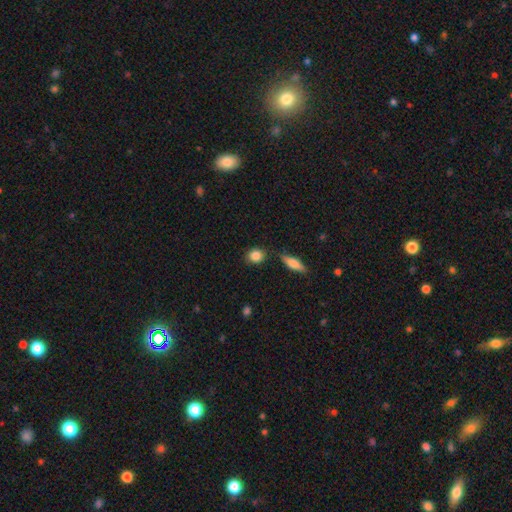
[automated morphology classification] type=smooth (85%); roundness=round (66%); merging=none (79%).